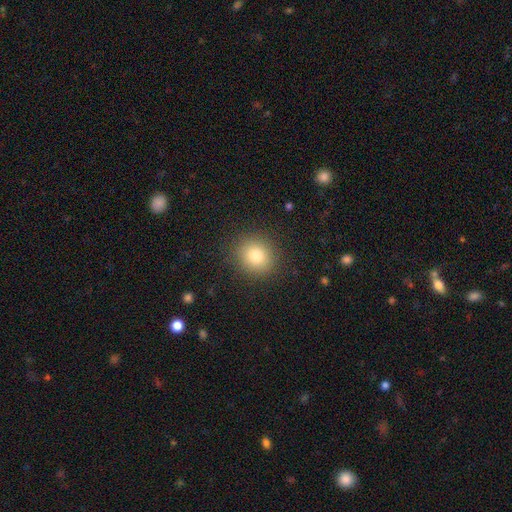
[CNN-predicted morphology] Smooth or featured?
  - smooth: 80% *
  - star or artifact: 12%
  - featured or disk: 9%
How rounded?
  - round: 85% *
  - in between: 14%
  - cigar-shaped: 1%
Merging?
  - none: 89% *
  - minor disturbance: 7%
  - major disturbance: 3%
  - merger: 1%